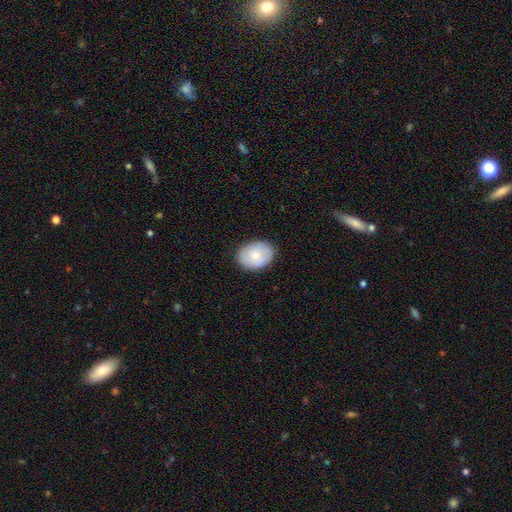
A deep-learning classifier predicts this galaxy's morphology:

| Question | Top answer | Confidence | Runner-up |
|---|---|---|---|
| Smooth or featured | smooth | 68% | featured or disk (26%) |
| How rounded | in between | 64% | round (35%) |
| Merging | none | 84% | minor disturbance (12%) |